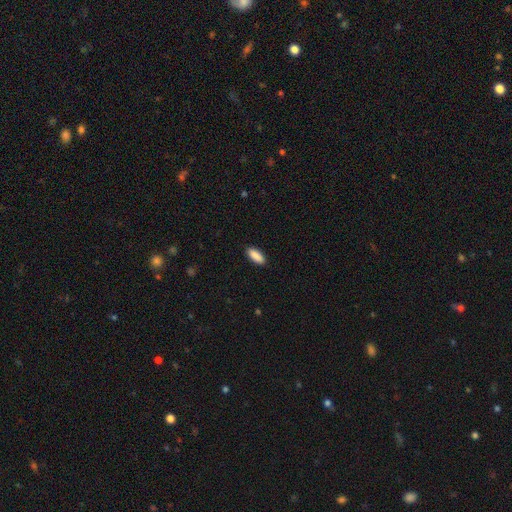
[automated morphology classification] Smooth or featured?
  - smooth: 90% *
  - star or artifact: 6%
  - featured or disk: 4%
How rounded?
  - in between: 78% *
  - cigar-shaped: 21%
  - round: 2%
Merging?
  - none: 89% *
  - minor disturbance: 8%
  - major disturbance: 2%
  - merger: 1%